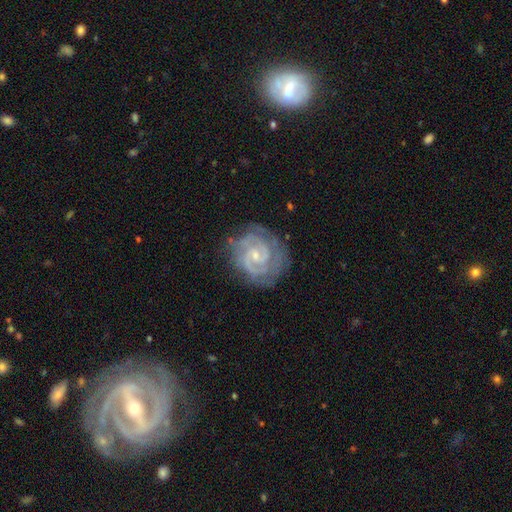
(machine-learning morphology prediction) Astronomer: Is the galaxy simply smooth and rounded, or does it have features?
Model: featured or disk — 88%.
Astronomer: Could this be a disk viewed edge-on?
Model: no — 98%.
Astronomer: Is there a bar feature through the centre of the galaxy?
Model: no — 47% (runner-up: weak, 44%).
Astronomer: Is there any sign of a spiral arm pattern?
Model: yes — 97%.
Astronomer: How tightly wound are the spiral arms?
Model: tight — 66%.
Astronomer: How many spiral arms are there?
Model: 2 — 64%.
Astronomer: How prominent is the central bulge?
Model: small — 68%.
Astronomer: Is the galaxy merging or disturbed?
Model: none — 74%.